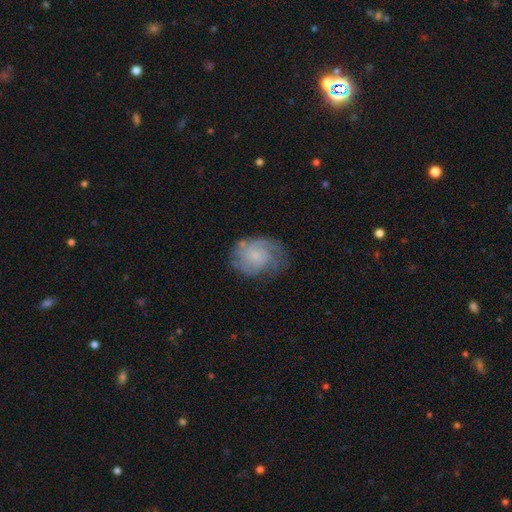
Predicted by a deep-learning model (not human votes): Smooth or featured?
  - featured or disk: 71% *
  - smooth: 22%
  - star or artifact: 7%
Edge-on disk?
  - no: 98% *
  - yes: 2%
Bar?
  - no: 77% *
  - weak: 21%
  - strong: 2%
Spiral arms?
  - yes: 91% *
  - no: 9%
Spiral winding?
  - tight: 54% *
  - medium: 33%
  - loose: 13%
Spiral arm count?
  - can't tell: 38% *
  - 2: 20%
  - 3: 19%
  - 1: 10%
  - 4: 8%
  - more than 4: 5%
Bulge size?
  - small: 63% *
  - moderate: 19%
  - none: 15%
  - large: 2%
  - dominant: 1%
Merging?
  - none: 61% *
  - minor disturbance: 23%
  - major disturbance: 14%
  - merger: 2%